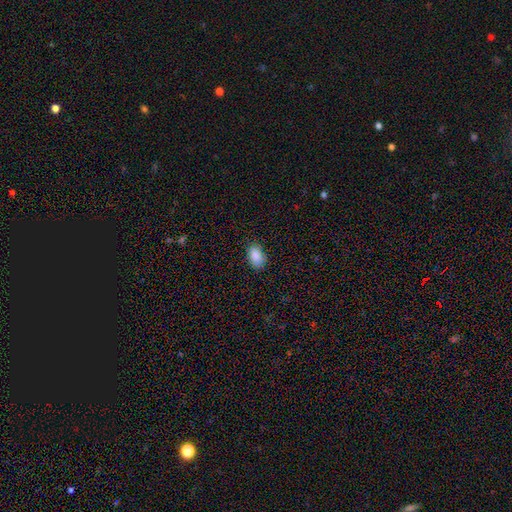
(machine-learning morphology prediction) smooth_or_featured: smooth (p=0.88) [alt: star or artifact p=0.08]
how_rounded: in between (p=0.90) [alt: round p=0.09]
merging: none (p=0.81) [alt: minor disturbance p=0.15]